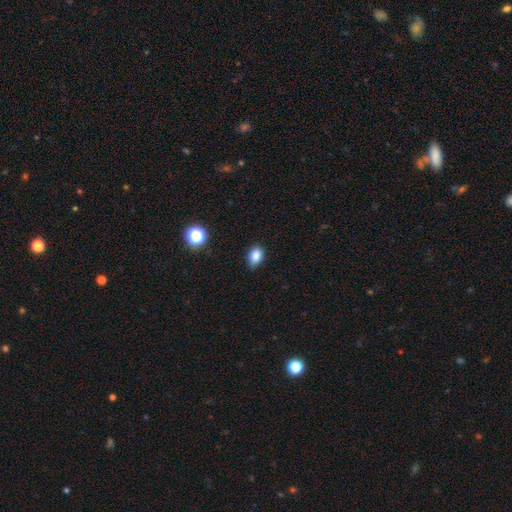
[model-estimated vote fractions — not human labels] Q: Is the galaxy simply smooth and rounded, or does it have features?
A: smooth — 84%.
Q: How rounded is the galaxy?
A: in between — 74%.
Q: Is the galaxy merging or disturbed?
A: none — 82%.